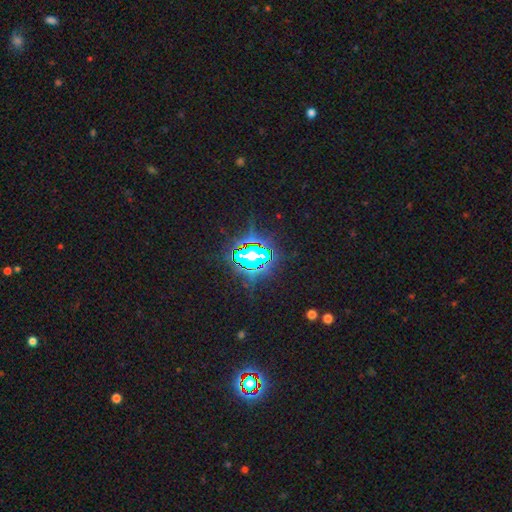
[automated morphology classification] A star or artifact, not a galaxy (82%).